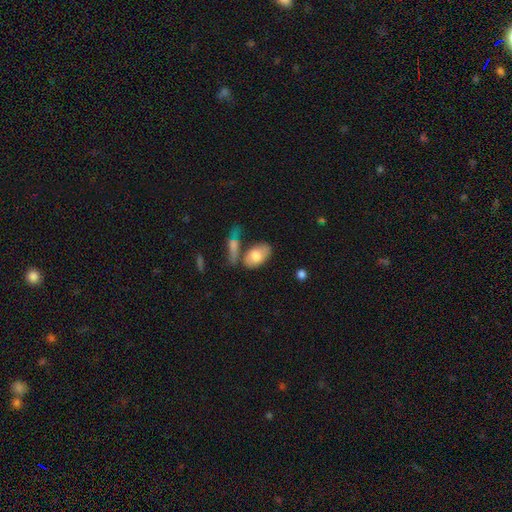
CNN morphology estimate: A smooth galaxy with no disk features (73%) that is in between round and cigar-shaped (92%).

Vote fractions:
- Smooth or featured? smooth: 73% / featured or disk: 22% / star or artifact: 6%
- How rounded? in between: 92% / round: 5% / cigar-shaped: 3%
- Merging? none: 53% / merger: 19% / minor disturbance: 19% / major disturbance: 8%